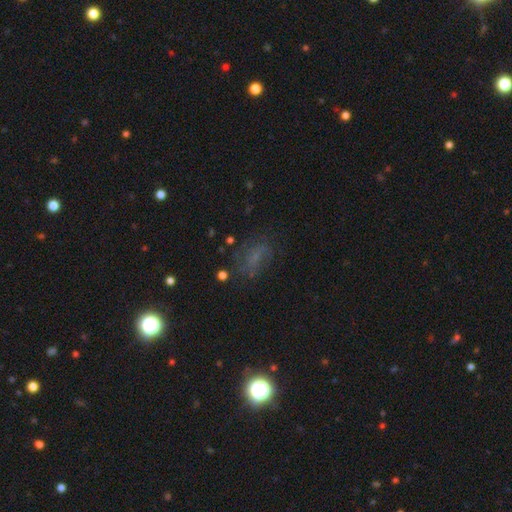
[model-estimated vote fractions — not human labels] smooth-or-featured: smooth: 44% | featured or disk: 28% | star or artifact: 28%
  merging: none: 57% | minor disturbance: 22% | major disturbance: 18% | merger: 3%